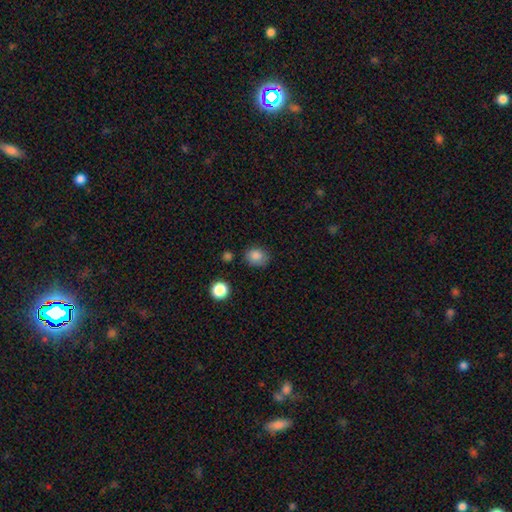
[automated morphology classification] smooth 84%, star or artifact 10%, featured or disk 6%. Down the decision tree: how rounded — round (58%); merging — none (74%).